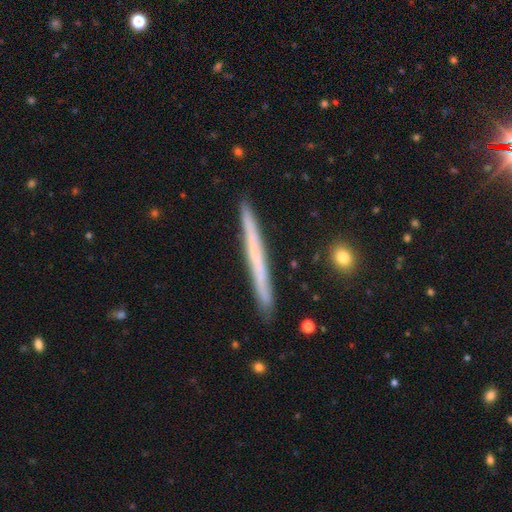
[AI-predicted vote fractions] Morphology: type=featured or disk (48%); merging=none (91%).